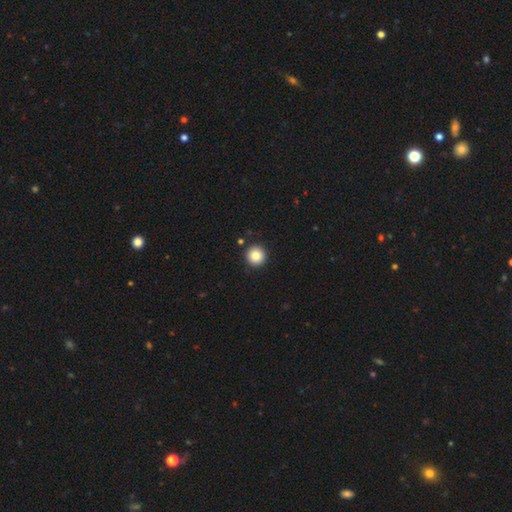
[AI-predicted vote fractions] A smooth galaxy with no disk features (86%) that is round (95%).

Vote fractions:
- Smooth or featured? smooth: 86% / star or artifact: 10% / featured or disk: 5%
- How rounded? round: 95% / in between: 4% / cigar-shaped: 1%
- Merging? none: 92% / minor disturbance: 5% / merger: 2% / major disturbance: 2%